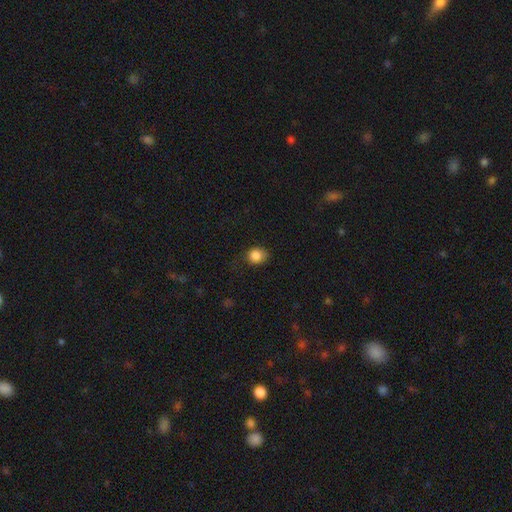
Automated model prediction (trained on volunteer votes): Smooth or featured?
  - smooth: 86% *
  - star or artifact: 10%
  - featured or disk: 4%
How rounded?
  - round: 72% *
  - in between: 27%
  - cigar-shaped: 1%
Merging?
  - none: 72% *
  - minor disturbance: 21%
  - major disturbance: 5%
  - merger: 1%